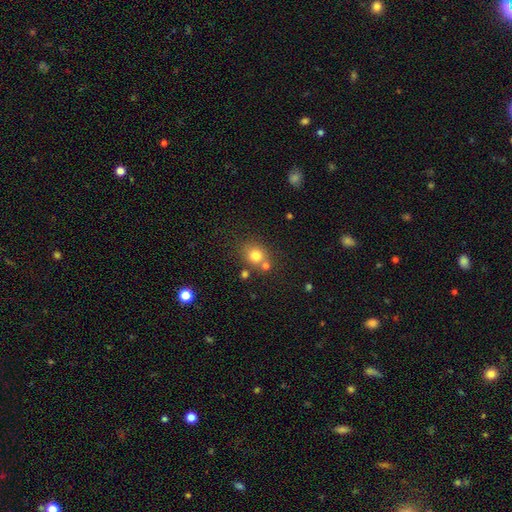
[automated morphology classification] smooth 78%, star or artifact 13%, featured or disk 9%. Down the decision tree: how rounded — round (78%); merging — none (66%).